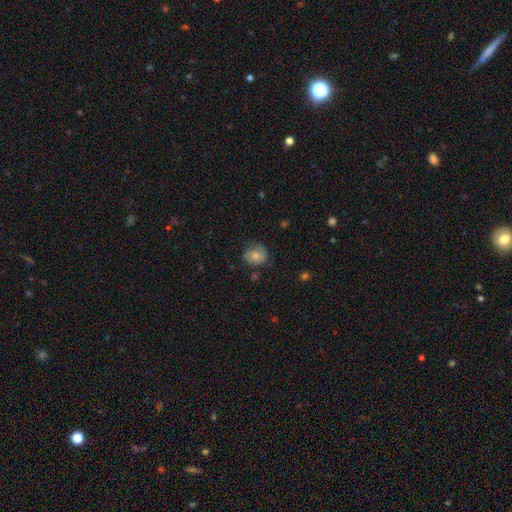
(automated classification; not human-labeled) Morphology: type=smooth (69%); roundness=round (58%); merging=none (61%).